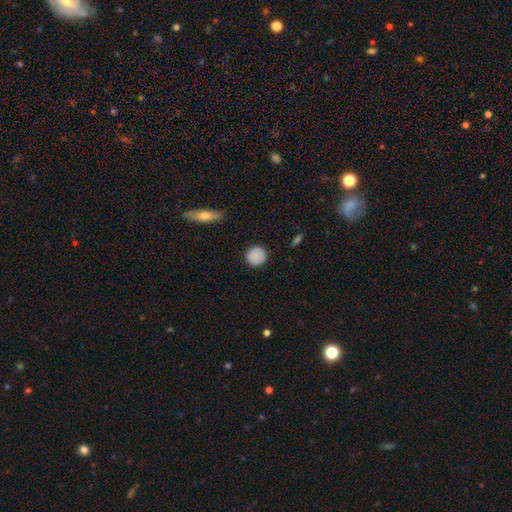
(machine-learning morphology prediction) A smooth galaxy with no disk features (86%) that is round (92%).

Vote fractions:
- Smooth or featured? smooth: 86% / star or artifact: 8% / featured or disk: 6%
- How rounded? round: 92% / in between: 7% / cigar-shaped: 1%
- Merging? none: 88% / minor disturbance: 9% / major disturbance: 2% / merger: 1%